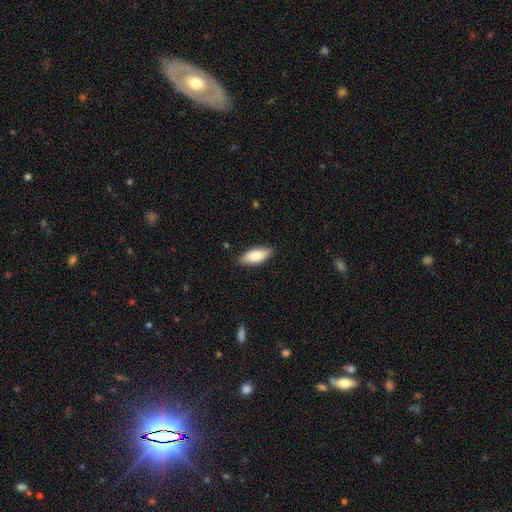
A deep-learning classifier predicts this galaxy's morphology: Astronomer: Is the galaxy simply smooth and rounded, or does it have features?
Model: smooth — 78%.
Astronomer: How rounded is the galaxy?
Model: in between — 78%.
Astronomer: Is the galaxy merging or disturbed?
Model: none — 86%.